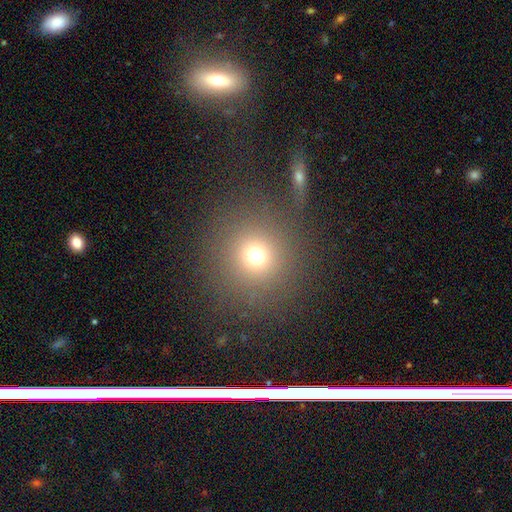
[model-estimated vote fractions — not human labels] Smooth or featured? smooth (70%)
How rounded? round (93%)
Merging? none (84%)